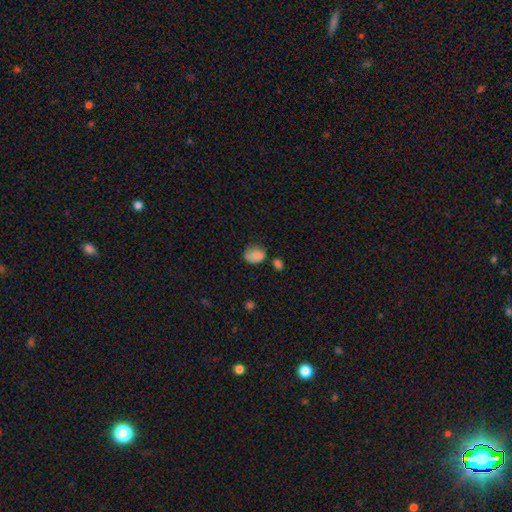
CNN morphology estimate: type=smooth (84%); roundness=in between (68%); merging=none (56%).